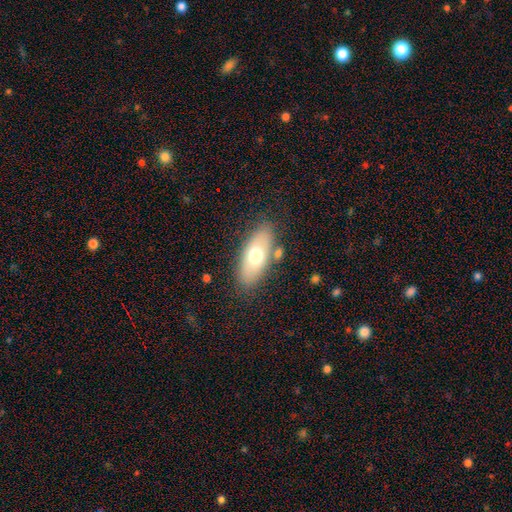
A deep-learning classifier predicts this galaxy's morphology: The model was most divided on "smooth or featured": smooth: 64%, featured or disk: 30%, star or artifact: 7%. More confident: how rounded — in between (81%); merging — none (80%).